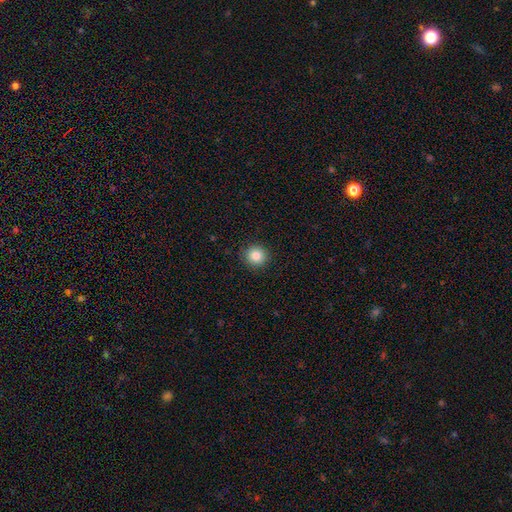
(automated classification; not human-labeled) Smooth or featured: smooth — 84% (star or artifact — 10%)
How rounded: round — 92% (in between — 7%)
Merging: none — 91% (minor disturbance — 6%)